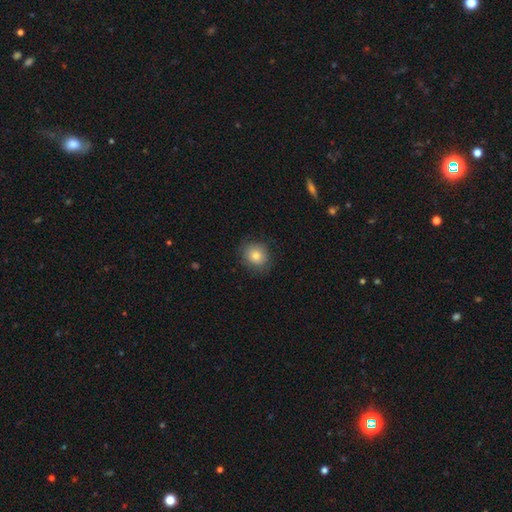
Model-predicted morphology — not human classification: A smooth galaxy with no disk features (81%) that is round (76%).

Vote fractions:
- Smooth or featured? smooth: 81% / star or artifact: 10% / featured or disk: 9%
- How rounded? round: 76% / in between: 23% / cigar-shaped: 1%
- Merging? none: 83% / minor disturbance: 12% / major disturbance: 4% / merger: 1%